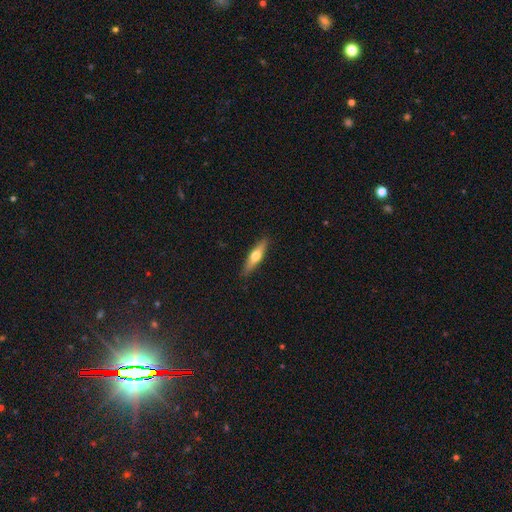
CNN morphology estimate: A smooth galaxy with no disk features (51%) that is cigar-shaped (74%).

Vote fractions:
- Smooth or featured? smooth: 51% / featured or disk: 44% / star or artifact: 6%
- How rounded? cigar-shaped: 74% / in between: 24% / round: 2%
- Merging? none: 89% / minor disturbance: 8% / major disturbance: 2% / merger: 1%